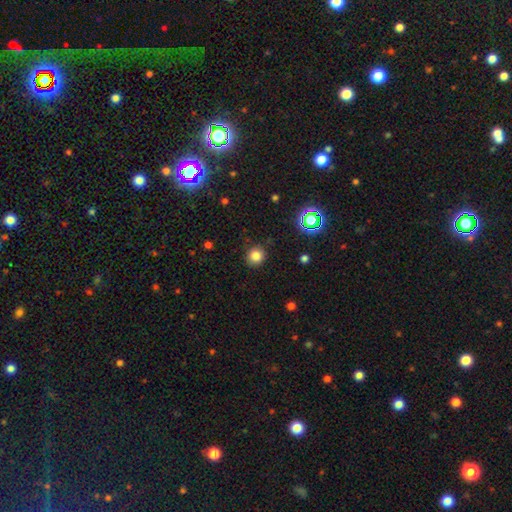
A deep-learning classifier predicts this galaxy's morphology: smooth_or_featured: smooth (p=0.81) [alt: star or artifact p=0.15]
how_rounded: round (p=0.91) [alt: in between p=0.08]
merging: none (p=0.86) [alt: minor disturbance p=0.09]